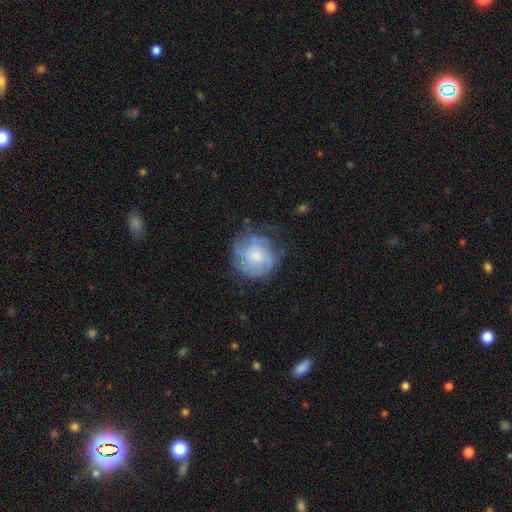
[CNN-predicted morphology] smooth_or_featured: featured or disk (p=0.48) [alt: smooth p=0.45]
merging: none (p=0.58) [alt: minor disturbance p=0.25]